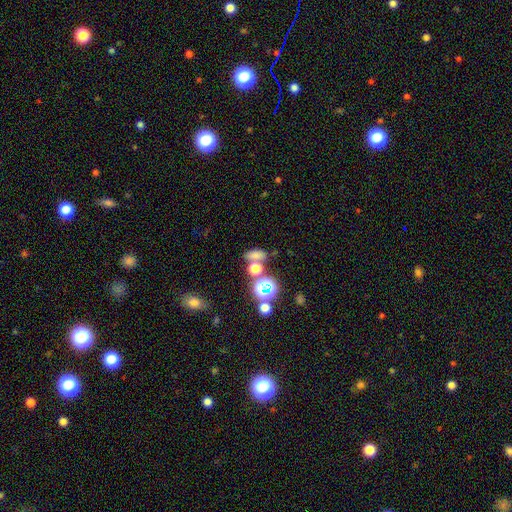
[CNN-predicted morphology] A smooth galaxy with no disk features (65%) that is in between round and cigar-shaped (66%). Merging: none (58%).